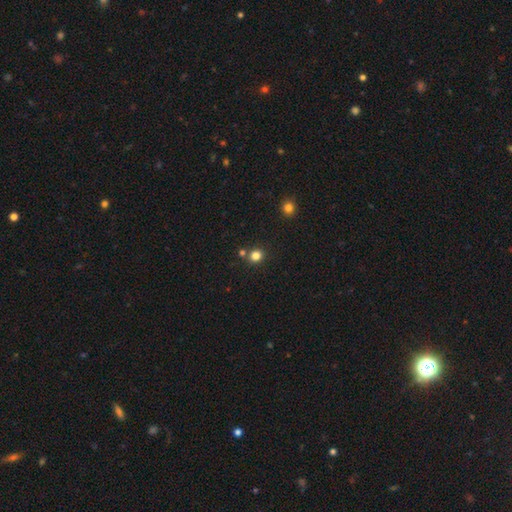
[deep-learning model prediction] The model was most divided on "merging": none: 78%, merger: 12%, minor disturbance: 8%, major disturbance: 3%. More confident: how rounded — round (84%); smooth or featured — smooth (81%).